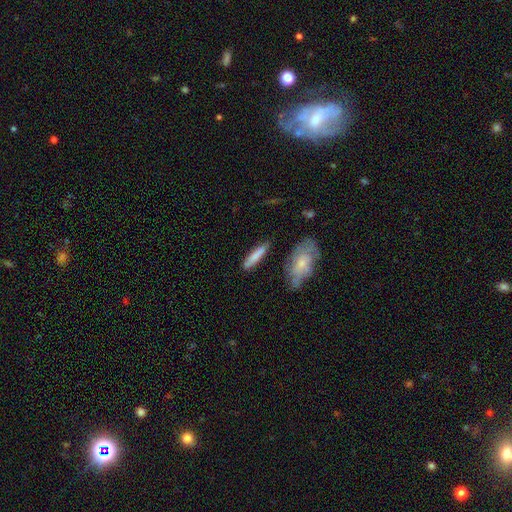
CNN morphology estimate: Smooth or featured? Predicted: smooth (p=0.77). How rounded? Predicted: cigar-shaped (p=0.83). Merging? Predicted: none (p=0.80).